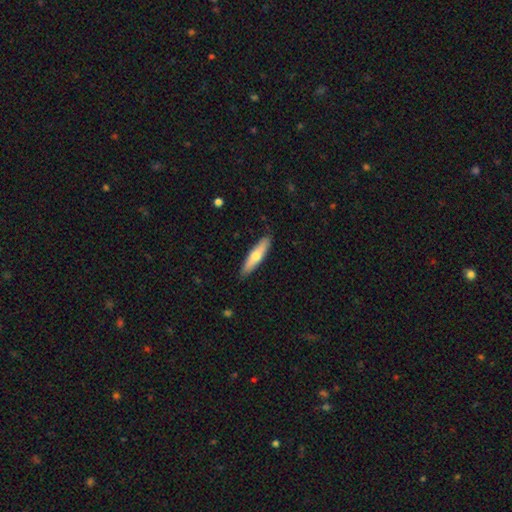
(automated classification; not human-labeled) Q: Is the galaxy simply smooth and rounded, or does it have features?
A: smooth — 60%.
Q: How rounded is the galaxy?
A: cigar-shaped — 75%.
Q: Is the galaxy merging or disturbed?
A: none — 88%.